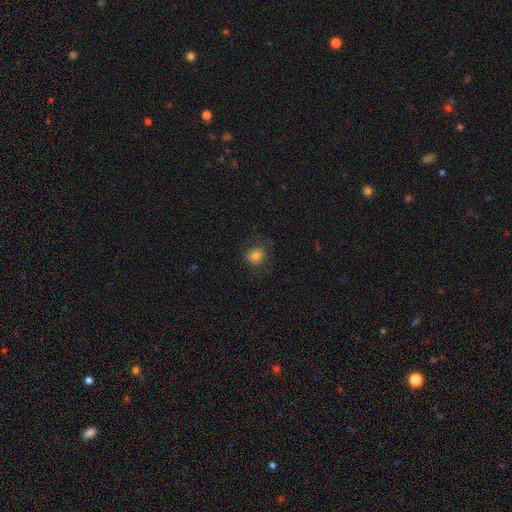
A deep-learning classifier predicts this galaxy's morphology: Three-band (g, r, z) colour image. It shows a smooth galaxy with no disk features (78%) that is round (78%). Merging: none (77%).